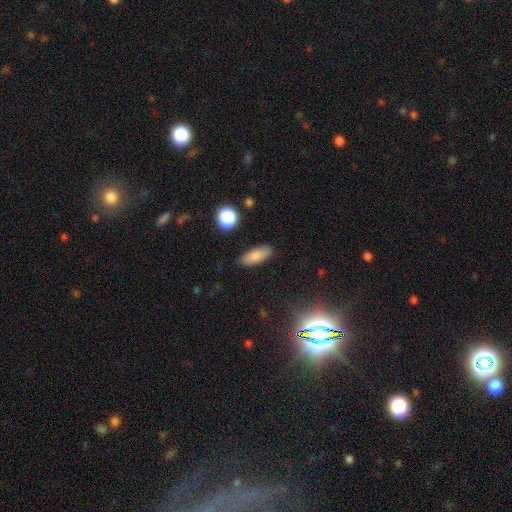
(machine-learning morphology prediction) Smooth or featured? smooth (82%)
How rounded? in between (78%)
Merging? none (87%)